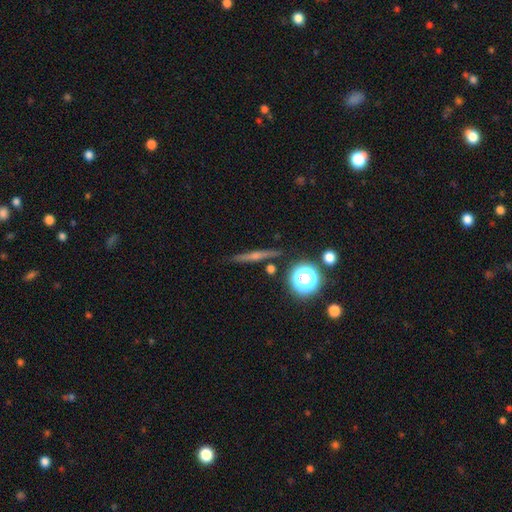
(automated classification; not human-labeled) This appears to be a featured or disk galaxy (58%) viewed edge-on (95%) with a rounded central bulge (66%). Merging: none (89%).